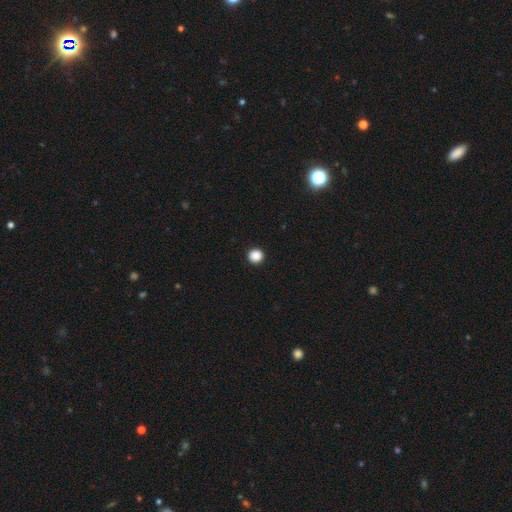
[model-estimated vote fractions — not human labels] Smooth or featured? smooth (87%)
How rounded? round (94%)
Merging? none (94%)